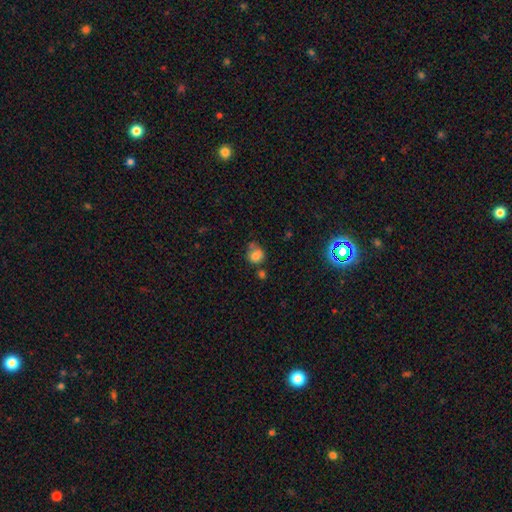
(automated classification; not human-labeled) Q: Smooth or featured?
A: smooth (78%); runner-up: star or artifact (12%)
Q: How rounded?
A: round (76%); runner-up: in between (23%)
Q: Merging?
A: none (49%); runner-up: minor disturbance (23%)